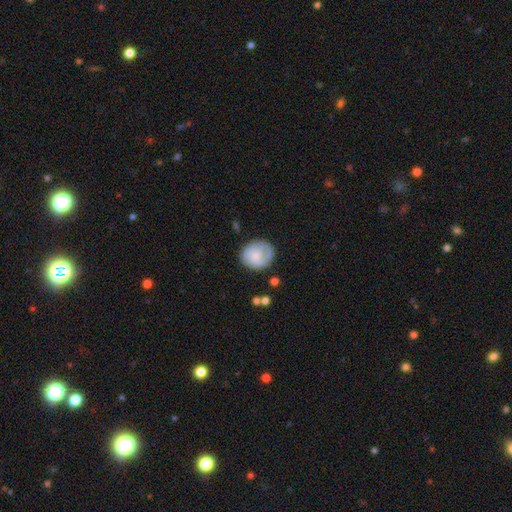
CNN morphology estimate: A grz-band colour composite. It shows a smooth galaxy with no disk features (53%) that is round (72%). Merging: none (68%).